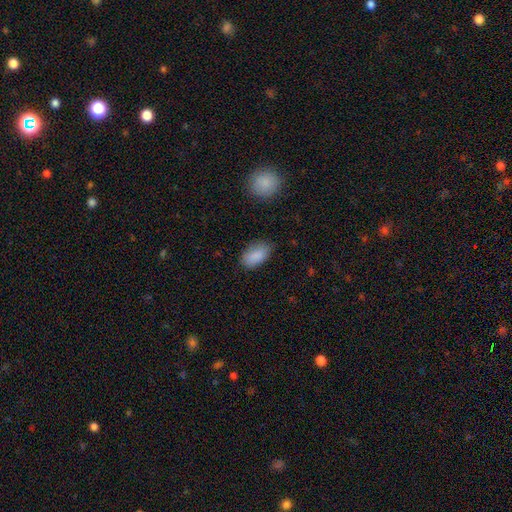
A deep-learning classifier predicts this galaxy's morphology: Smooth or featured? Predicted: smooth (p=0.88). How rounded? Predicted: in between (p=0.93). Merging? Predicted: none (p=0.76).